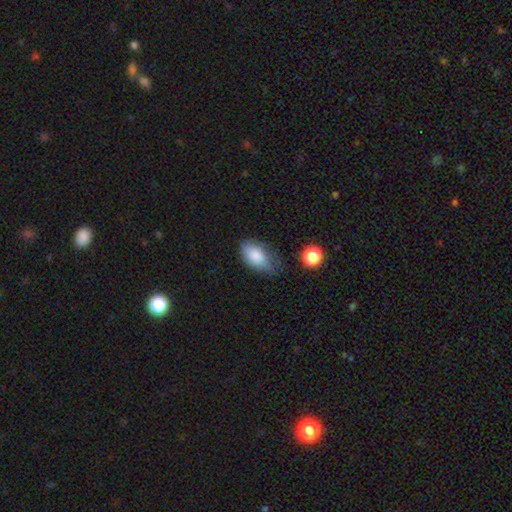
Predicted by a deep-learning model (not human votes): A smooth galaxy with no disk features (83%) that is in between round and cigar-shaped (92%). Merging: none (56%).